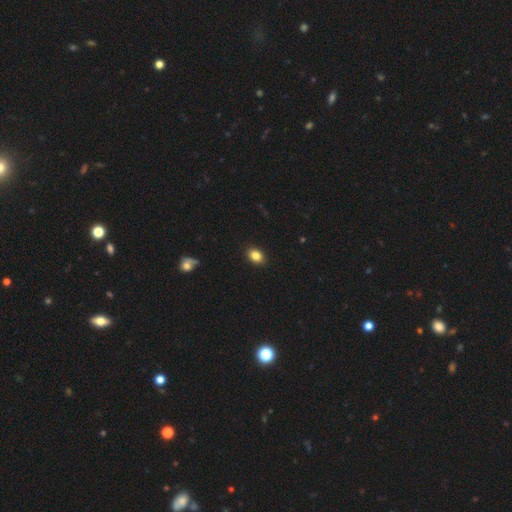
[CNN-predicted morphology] This is clearly a smooth galaxy (85%). How rounded: likely in between (70%). Merging: clearly none (90%).